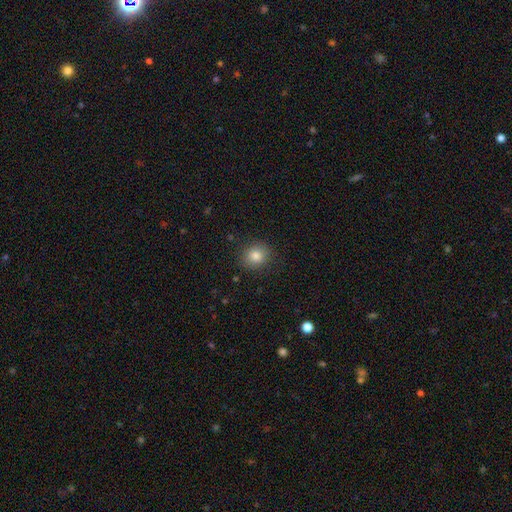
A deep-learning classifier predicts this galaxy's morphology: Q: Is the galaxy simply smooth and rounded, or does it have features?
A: smooth — 82%.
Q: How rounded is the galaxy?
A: round — 76%.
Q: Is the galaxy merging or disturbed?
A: none — 88%.